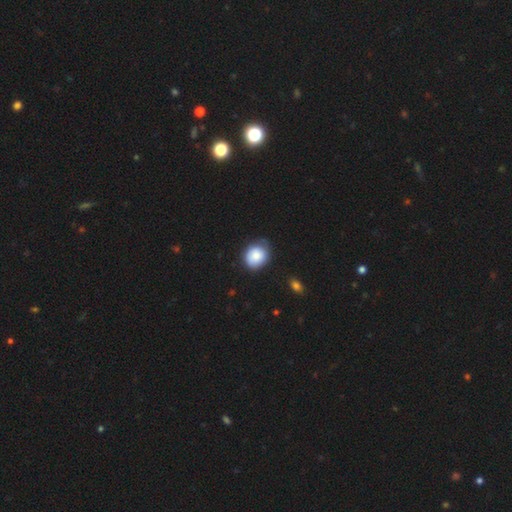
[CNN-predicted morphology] Overall: smooth (81%). How rounded: round (64%; in between 35%). Merging: none (67%).